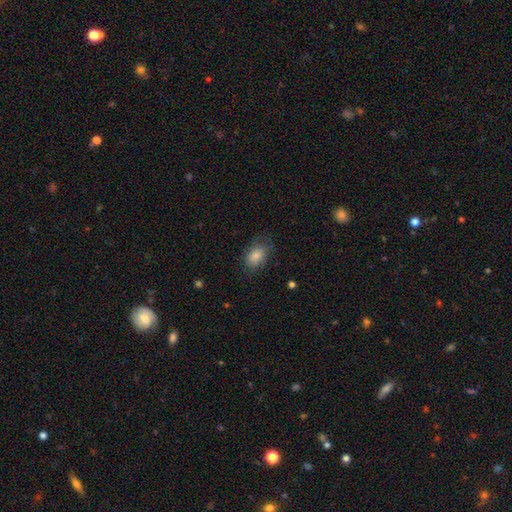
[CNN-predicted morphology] Q: Smooth or featured?
A: smooth (80%); runner-up: featured or disk (11%)
Q: How rounded?
A: in between (78%); runner-up: round (21%)
Q: Merging?
A: none (67%); runner-up: minor disturbance (23%)